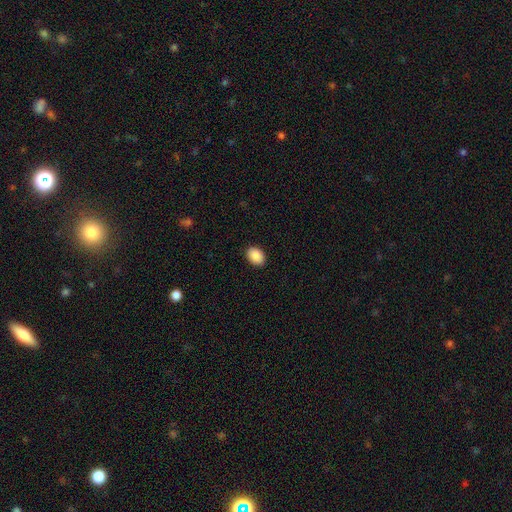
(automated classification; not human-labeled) Q: Smooth or featured?
A: smooth (90%); runner-up: star or artifact (7%)
Q: How rounded?
A: in between (78%); runner-up: round (21%)
Q: Merging?
A: none (90%); runner-up: minor disturbance (7%)